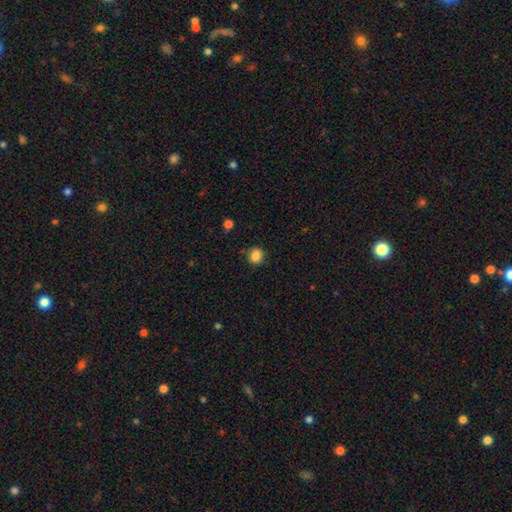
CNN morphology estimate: A smooth galaxy with no disk features (85%) that is round (73%).

Vote fractions:
- Smooth or featured? smooth: 85% / star or artifact: 10% / featured or disk: 4%
- How rounded? round: 73% / in between: 26% / cigar-shaped: 1%
- Merging? none: 82% / minor disturbance: 13% / major disturbance: 3% / merger: 2%